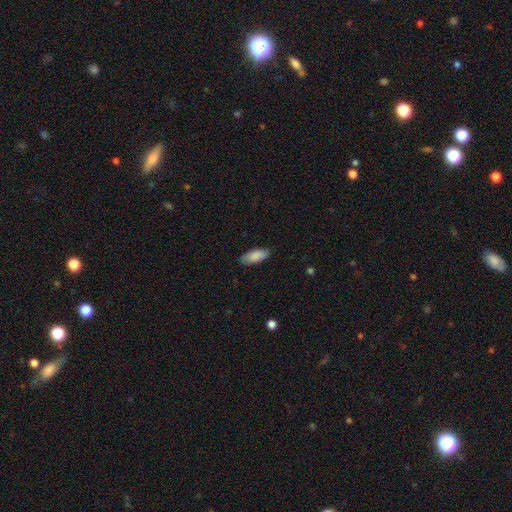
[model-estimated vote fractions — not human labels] Smooth or featured? smooth (86%)
How rounded? in between (84%)
Merging? none (84%)